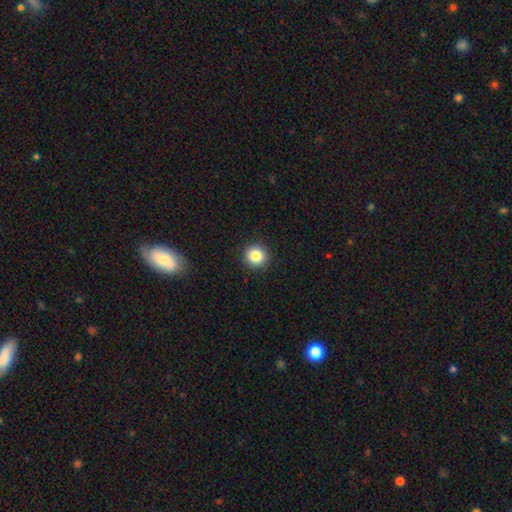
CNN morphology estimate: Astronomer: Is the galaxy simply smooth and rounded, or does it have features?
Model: smooth — 85%.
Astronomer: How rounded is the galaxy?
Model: round — 93%.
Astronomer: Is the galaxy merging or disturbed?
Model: none — 92%.